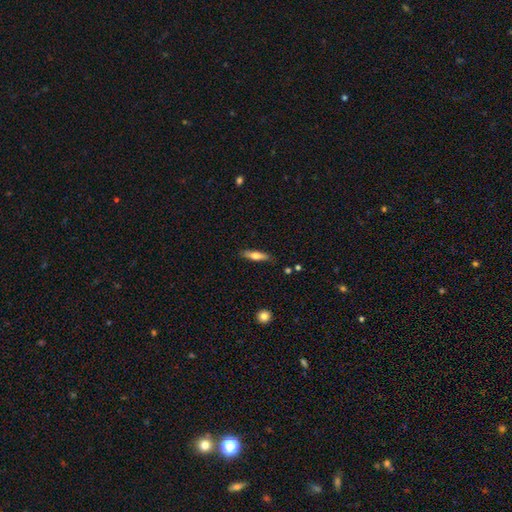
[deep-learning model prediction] This appears to be a smooth galaxy with no disk features (58%) that is cigar-shaped (68%). Merging: none (86%).